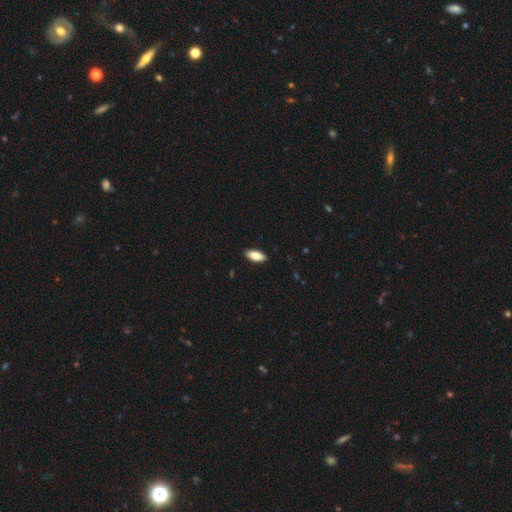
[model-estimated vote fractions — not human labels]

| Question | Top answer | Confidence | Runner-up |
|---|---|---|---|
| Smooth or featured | smooth | 85% | featured or disk (9%) |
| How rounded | in between | 86% | cigar-shaped (12%) |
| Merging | none | 89% | minor disturbance (8%) |